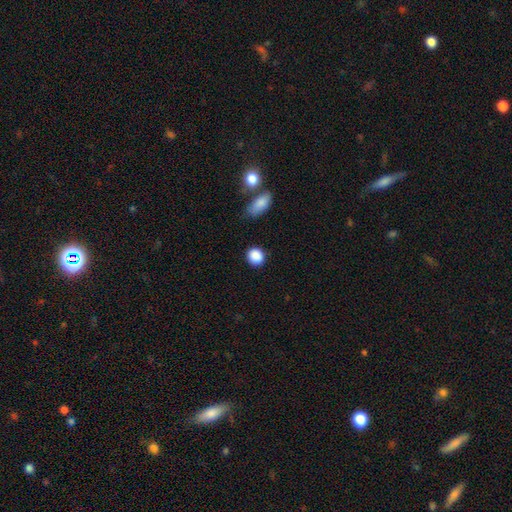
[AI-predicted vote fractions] Morphology: type=smooth (89%); roundness=round (80%); merging=none (84%).